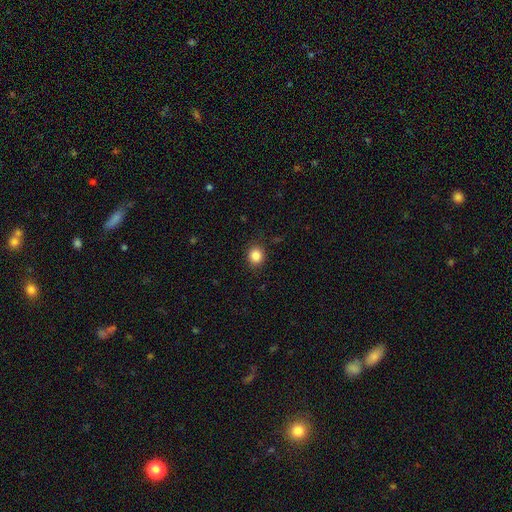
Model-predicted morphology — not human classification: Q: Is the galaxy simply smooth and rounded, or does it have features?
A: smooth — 85%.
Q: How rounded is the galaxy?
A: round — 83%.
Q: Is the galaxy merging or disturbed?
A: none — 88%.